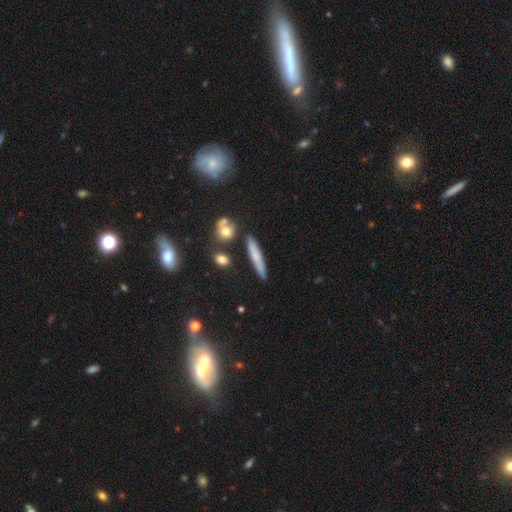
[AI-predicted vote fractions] smooth-or-featured: smooth: 65% | featured or disk: 26% | star or artifact: 9%
  how-rounded: cigar-shaped: 88% | in between: 9% | round: 3%
  merging: none: 82% | minor disturbance: 10% | merger: 5% | major disturbance: 2%